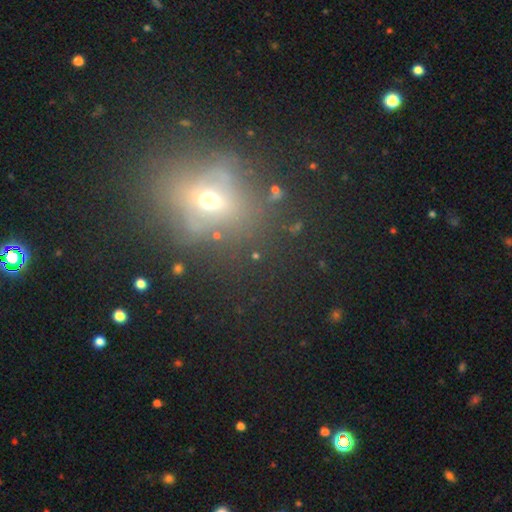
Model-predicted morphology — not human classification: A smooth galaxy with no disk features (43%).

Vote fractions:
- Smooth or featured? smooth: 43% / star or artifact: 40% / featured or disk: 17%
- Merging? none: 75% / minor disturbance: 10% / major disturbance: 8% / merger: 7%